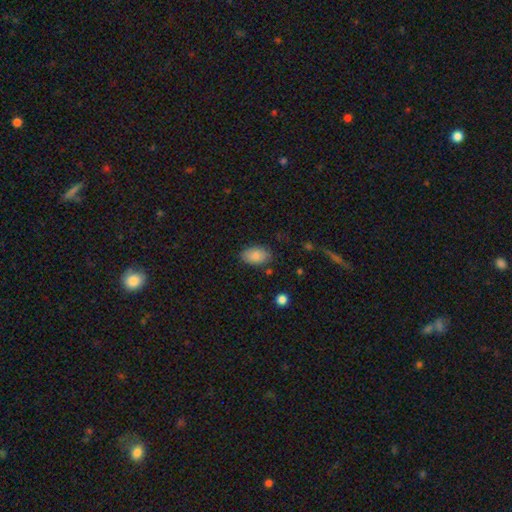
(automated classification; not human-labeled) Q: Smooth or featured?
A: smooth (87%); runner-up: star or artifact (7%)
Q: How rounded?
A: in between (91%); runner-up: round (7%)
Q: Merging?
A: none (82%); runner-up: minor disturbance (13%)